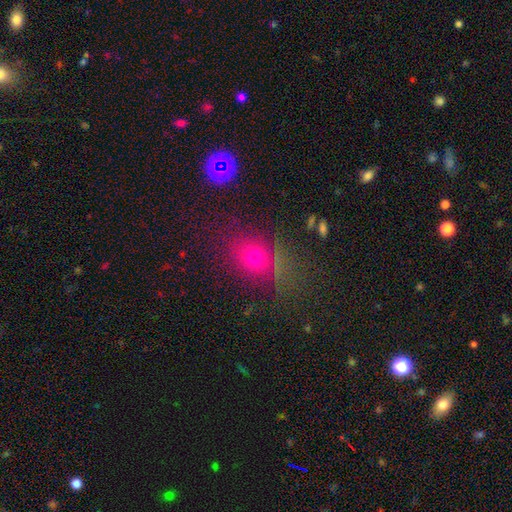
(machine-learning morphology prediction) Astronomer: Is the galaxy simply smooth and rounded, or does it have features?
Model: smooth — 66%.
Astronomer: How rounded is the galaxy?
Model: round — 53% (runner-up: in between, 43%).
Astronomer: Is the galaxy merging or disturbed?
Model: none — 71%.